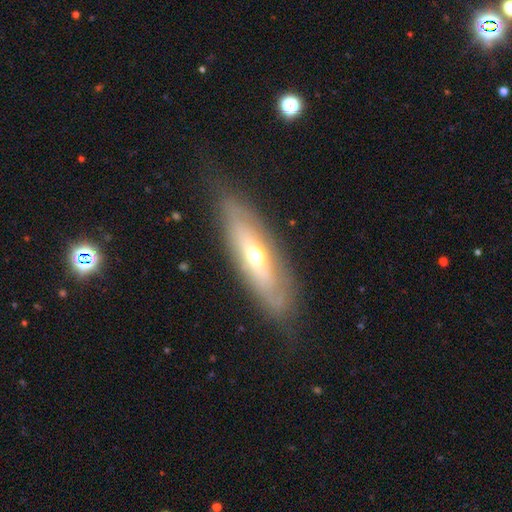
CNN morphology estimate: Smooth or featured?
  - featured or disk: 56% *
  - smooth: 37%
  - star or artifact: 7%
Edge-on disk?
  - no: 53% *
  - yes: 47%
Merging?
  - none: 75% *
  - minor disturbance: 18%
  - major disturbance: 6%
  - merger: 2%